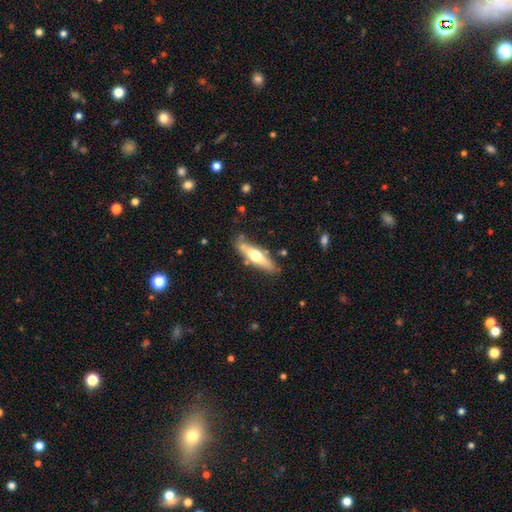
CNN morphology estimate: Overall: smooth (49%; featured or disk 46%). Merging: none (76%).